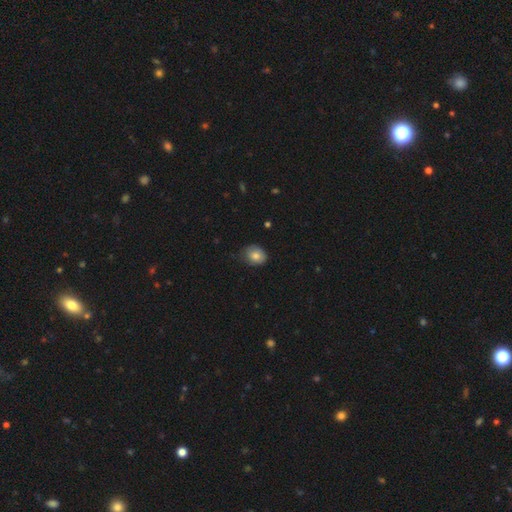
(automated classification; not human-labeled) smooth_or_featured: smooth (p=0.79) [alt: featured or disk p=0.13]
how_rounded: round (p=0.55) [alt: in between p=0.44]
merging: none (p=0.64) [alt: minor disturbance p=0.30]